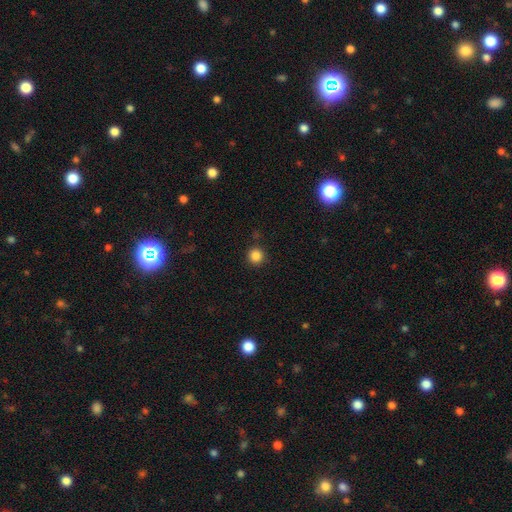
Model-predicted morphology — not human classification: smooth 86%, star or artifact 11%, featured or disk 3%. Down the decision tree: how rounded — round (95%); merging — none (89%).